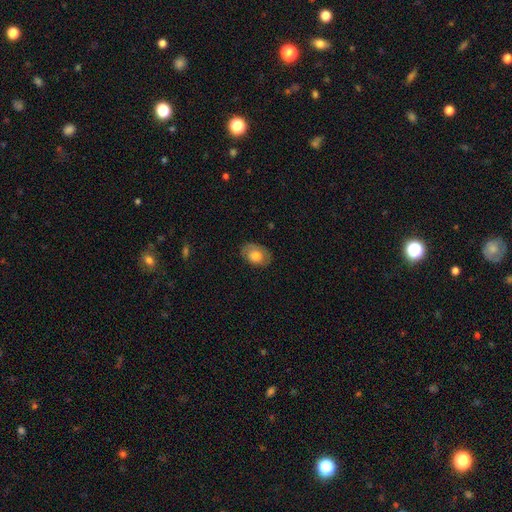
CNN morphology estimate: The model was most divided on "smooth or featured": smooth: 71%, featured or disk: 22%, star or artifact: 7%. More confident: how rounded — in between (80%); merging — none (77%).